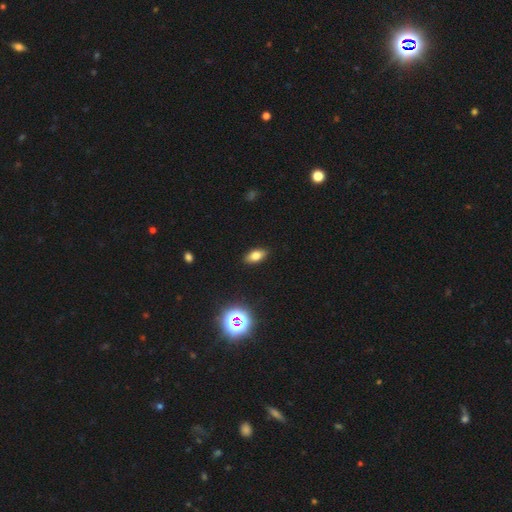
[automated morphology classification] This is likely a smooth galaxy (74%). How rounded: clearly in between (87%). Merging: clearly none (89%).